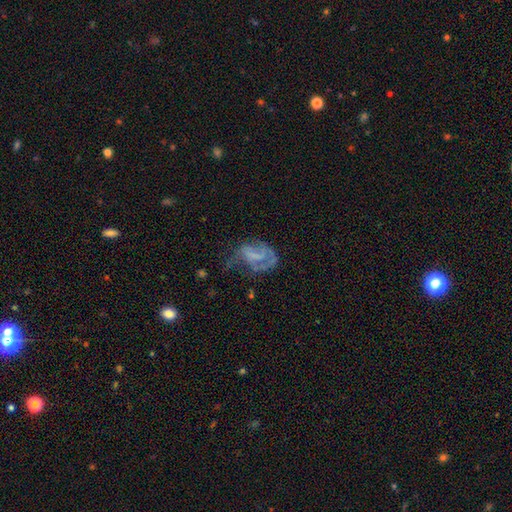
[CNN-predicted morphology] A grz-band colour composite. It shows a featured or disk galaxy (63%) with no bar (53%), spiral arms (67%) and no central bulge (62%). Merging: major disturbance (43%).